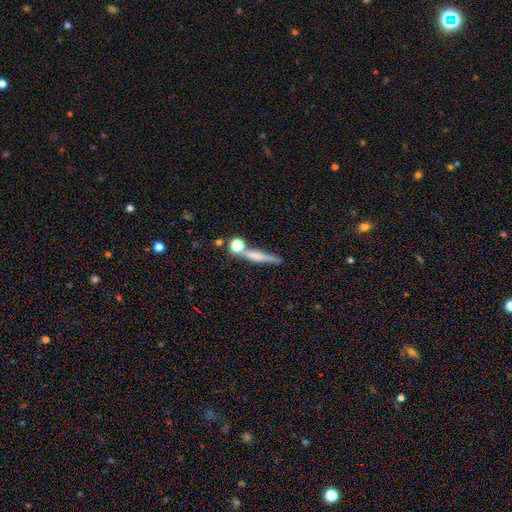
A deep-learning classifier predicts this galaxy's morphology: type=smooth (52%); roundness=cigar-shaped (81%); merging=none (67%).